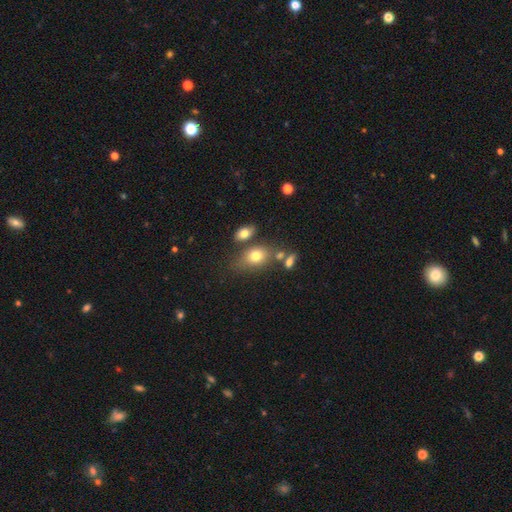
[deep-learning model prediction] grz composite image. It shows a smooth galaxy with no disk features (75%) that is in between round and cigar-shaped (76%). Merging: none (57%).